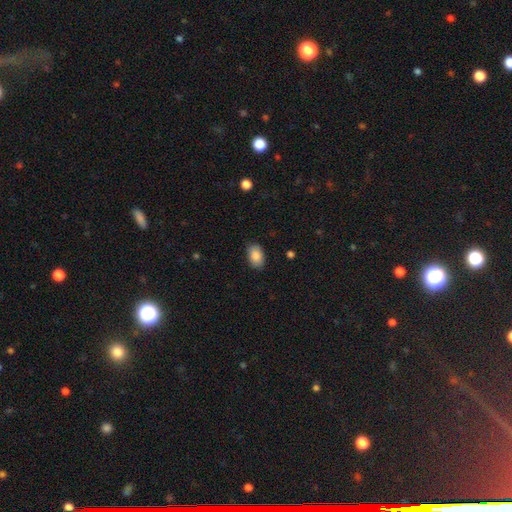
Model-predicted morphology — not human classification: A smooth galaxy with no disk features (88%) that is in between round and cigar-shaped (90%).

Vote fractions:
- Smooth or featured? smooth: 88% / star or artifact: 7% / featured or disk: 5%
- How rounded? in between: 90% / round: 9% / cigar-shaped: 1%
- Merging? none: 86% / minor disturbance: 10% / major disturbance: 2% / merger: 1%